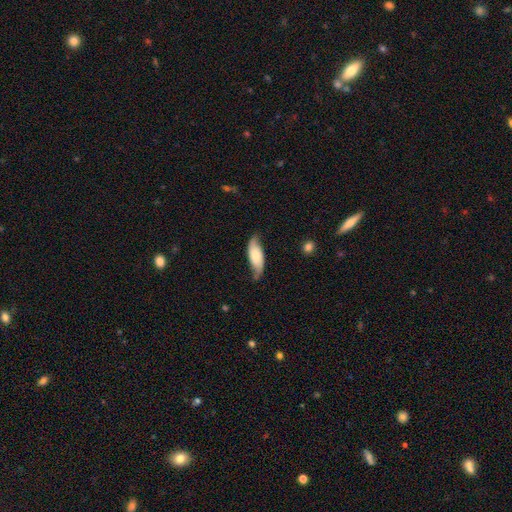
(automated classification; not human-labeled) Smooth or featured?
  - featured or disk: 47% *
  - smooth: 46%
  - star or artifact: 6%
Merging?
  - none: 61% *
  - minor disturbance: 29%
  - major disturbance: 8%
  - merger: 2%